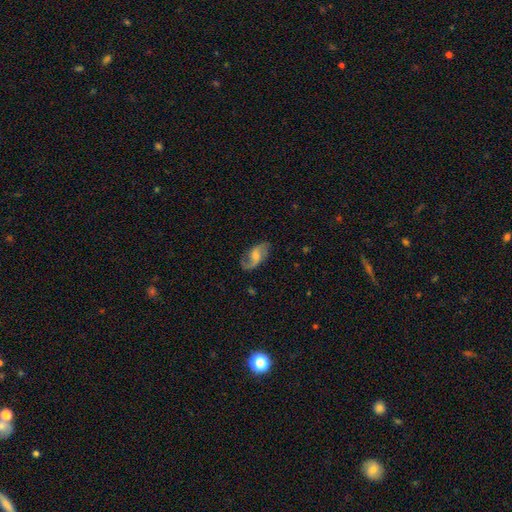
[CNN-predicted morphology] Smooth or featured? Predicted: featured or disk (p=0.77). Edge-on disk? Predicted: no (p=0.96). Bar? Predicted: weak (p=0.50). Spiral arms? Predicted: yes (p=0.95). Spiral winding? Predicted: loose (p=0.57). Spiral arm count? Predicted: 2 (p=0.84). Bulge size? Predicted: moderate (p=0.43). Merging? Predicted: none (p=0.74).